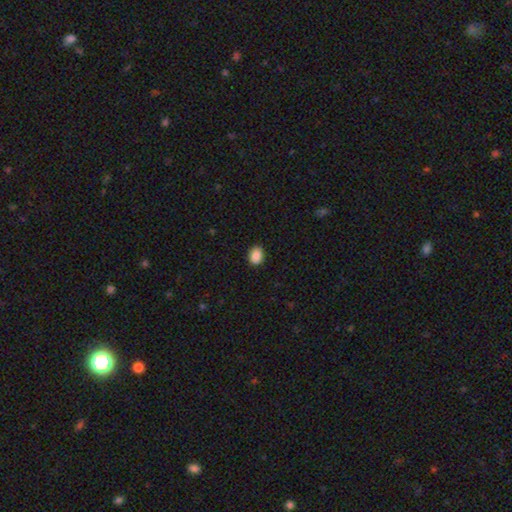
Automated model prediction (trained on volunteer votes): Smooth or featured?
  - smooth: 88% *
  - star or artifact: 8%
  - featured or disk: 4%
How rounded?
  - in between: 63% *
  - round: 36%
  - cigar-shaped: 1%
Merging?
  - none: 89% *
  - minor disturbance: 8%
  - major disturbance: 2%
  - merger: 1%